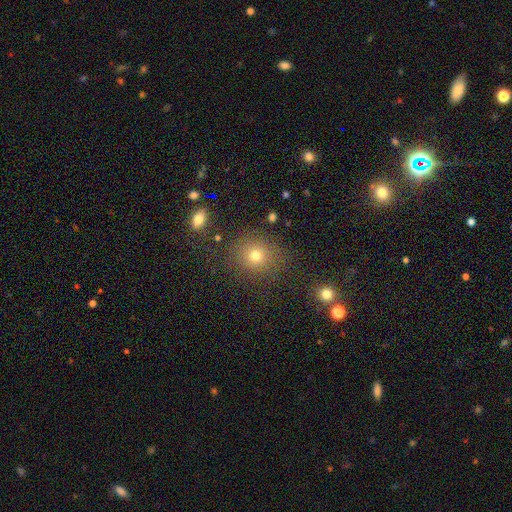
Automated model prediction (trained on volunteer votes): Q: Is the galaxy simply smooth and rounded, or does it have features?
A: smooth — 73%.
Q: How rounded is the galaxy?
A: round — 82%.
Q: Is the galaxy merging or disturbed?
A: none — 82%.